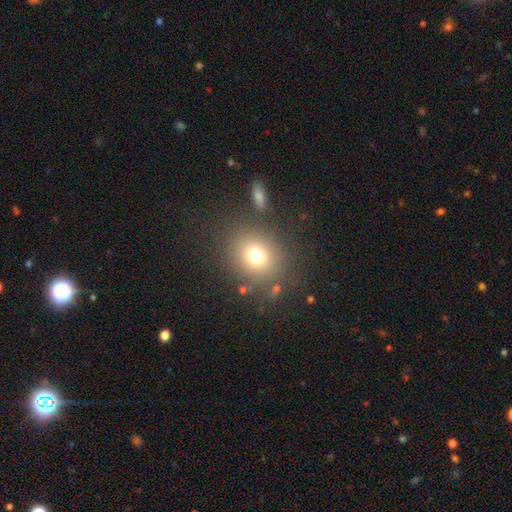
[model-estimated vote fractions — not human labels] Overall: smooth (73%). How rounded: round (78%). Merging: none (80%).